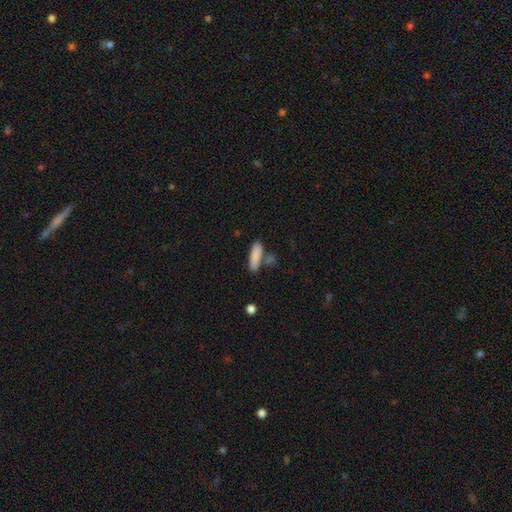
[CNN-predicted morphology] Q: Smooth or featured?
A: smooth (85%); runner-up: featured or disk (8%)
Q: How rounded?
A: cigar-shaped (54%); runner-up: in between (43%)
Q: Merging?
A: none (66%); runner-up: merger (16%)